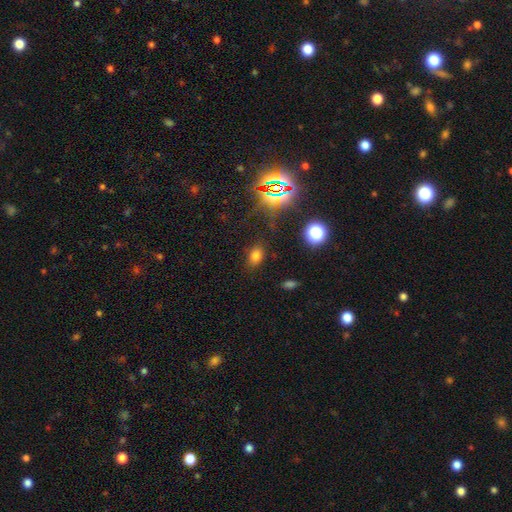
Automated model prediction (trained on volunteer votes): Smooth or featured?
  - smooth: 68% *
  - star or artifact: 25%
  - featured or disk: 7%
How rounded?
  - in between: 78% *
  - round: 20%
  - cigar-shaped: 2%
Merging?
  - none: 82% *
  - minor disturbance: 11%
  - major disturbance: 4%
  - merger: 2%